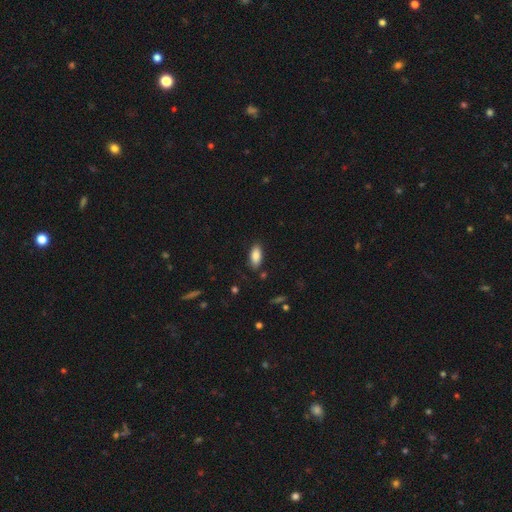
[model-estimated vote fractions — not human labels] smooth-or-featured: smooth: 87% | star or artifact: 7% | featured or disk: 6%
  how-rounded: in between: 89% | cigar-shaped: 8% | round: 2%
  merging: none: 82% | minor disturbance: 13% | major disturbance: 3% | merger: 2%